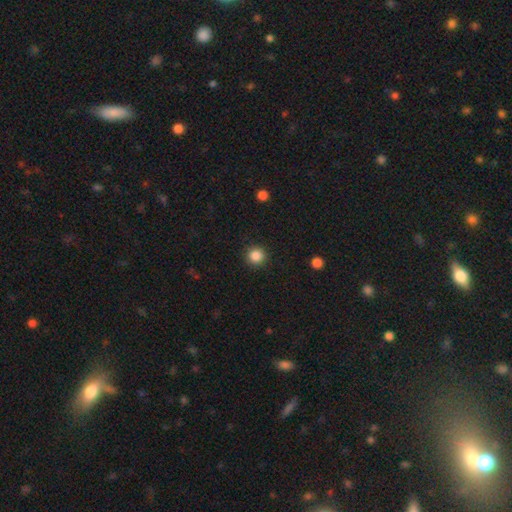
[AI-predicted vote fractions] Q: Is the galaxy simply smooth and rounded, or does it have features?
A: smooth — 86%.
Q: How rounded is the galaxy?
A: round — 94%.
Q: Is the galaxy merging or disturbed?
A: none — 91%.